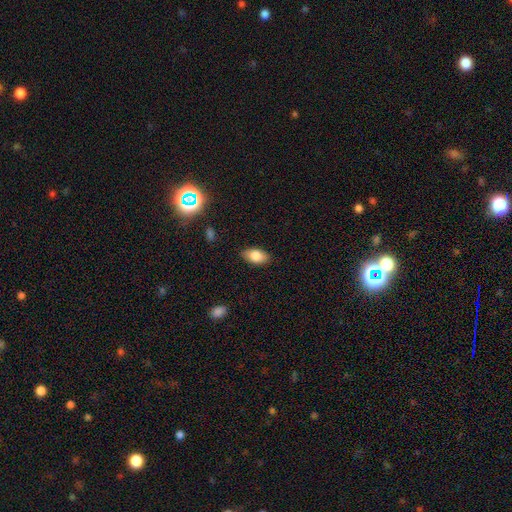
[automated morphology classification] Smooth or featured?
  - smooth: 81% *
  - featured or disk: 11%
  - star or artifact: 8%
How rounded?
  - in between: 92% *
  - round: 5%
  - cigar-shaped: 3%
Merging?
  - none: 86% *
  - minor disturbance: 10%
  - major disturbance: 2%
  - merger: 1%